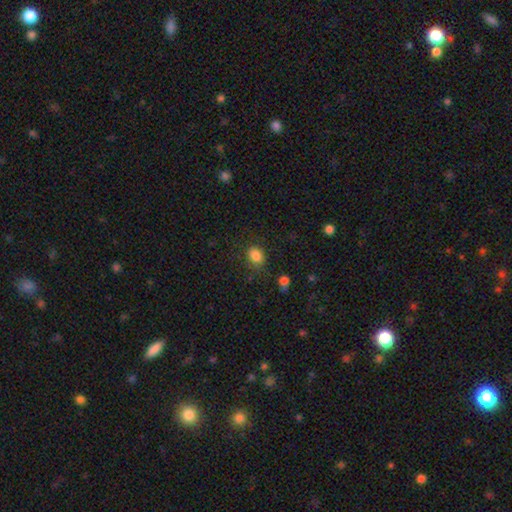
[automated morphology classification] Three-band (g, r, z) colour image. It shows a smooth galaxy with no disk features (84%) that is in between round and cigar-shaped (54%). Merging: none (75%).